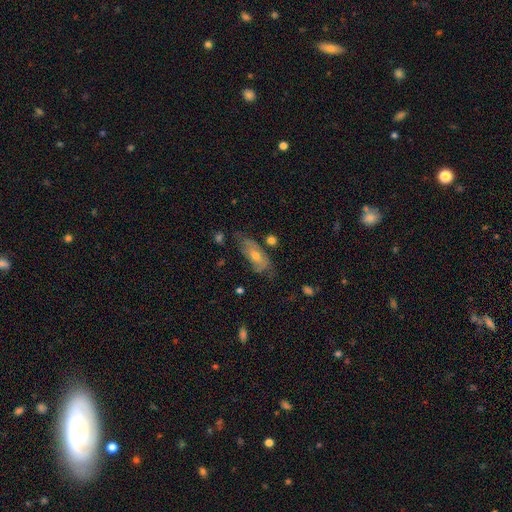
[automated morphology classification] Smooth or featured?
  - featured or disk: 54% *
  - smooth: 37%
  - star or artifact: 9%
Edge-on disk?
  - no: 79% *
  - yes: 21%
Merging?
  - none: 60% *
  - minor disturbance: 25%
  - major disturbance: 10%
  - merger: 4%